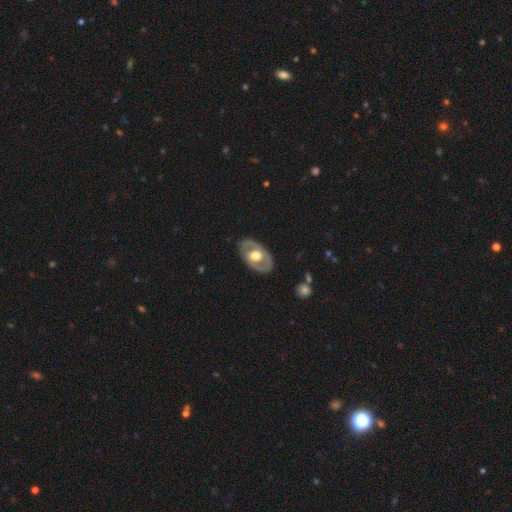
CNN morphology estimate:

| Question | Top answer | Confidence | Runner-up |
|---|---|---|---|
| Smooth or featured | featured or disk | 61% | smooth (34%) |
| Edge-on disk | no | 89% | yes (11%) |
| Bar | no | 72% | weak (21%) |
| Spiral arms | no | 72% | yes (28%) |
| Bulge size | moderate | 56% | large (38%) |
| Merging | none | 83% | minor disturbance (12%) |